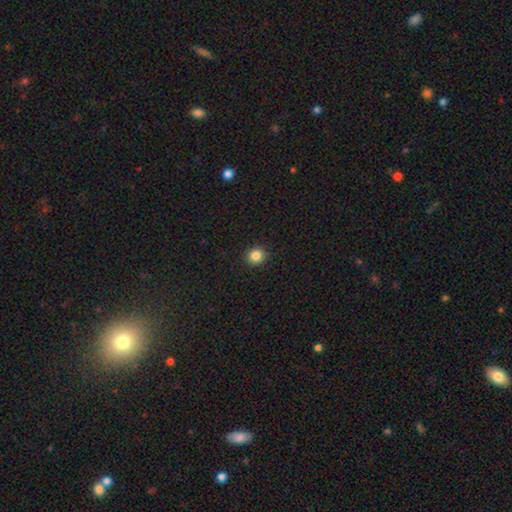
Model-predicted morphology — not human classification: Smooth or featured? smooth (85%)
How rounded? round (91%)
Merging? none (92%)